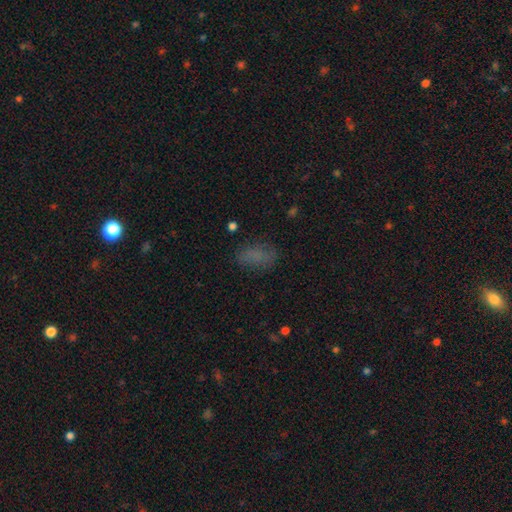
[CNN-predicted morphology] smooth 73%, star or artifact 16%, featured or disk 11%. Down the decision tree: how rounded — in between (88%); merging — none (72%).